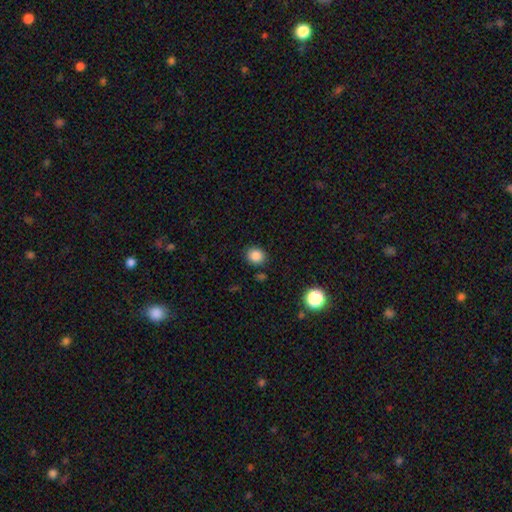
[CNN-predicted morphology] This appears to be a smooth galaxy with no disk features (85%) that is round (79%). Merging: none (86%).